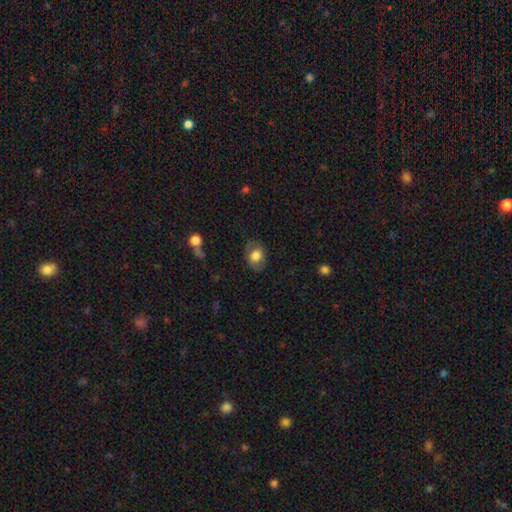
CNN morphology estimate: Smooth or featured: smooth — 74% (featured or disk — 18%)
How rounded: in between — 67% (round — 32%)
Merging: none — 78% (minor disturbance — 15%)